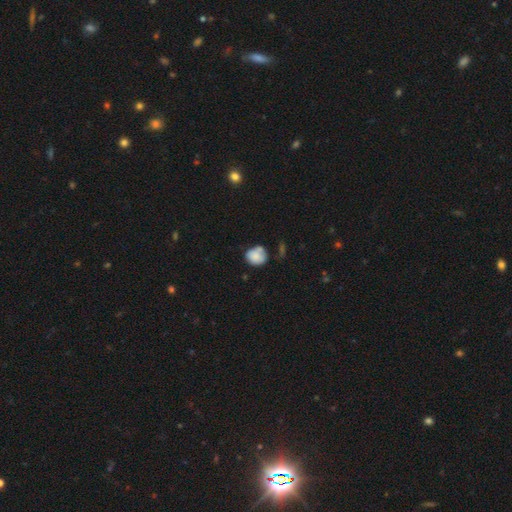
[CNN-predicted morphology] A smooth galaxy with no disk features (81%) that is round (70%).

Vote fractions:
- Smooth or featured? smooth: 81% / featured or disk: 10% / star or artifact: 8%
- How rounded? round: 70% / in between: 29% / cigar-shaped: 1%
- Merging? none: 51% / minor disturbance: 27% / merger: 15% / major disturbance: 7%